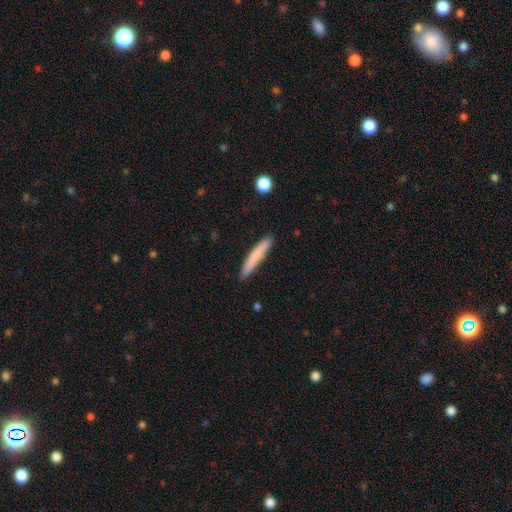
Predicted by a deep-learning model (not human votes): Morphology: type=smooth (74%); roundness=cigar-shaped (94%); merging=none (89%).